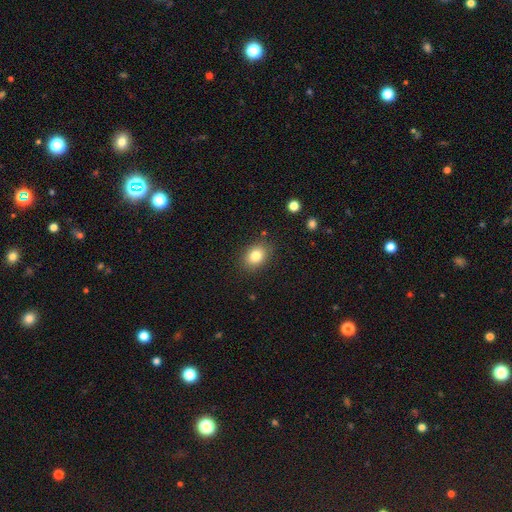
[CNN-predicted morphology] smooth-or-featured: smooth: 82% | star or artifact: 10% | featured or disk: 8%
  how-rounded: in between: 64% | round: 35% | cigar-shaped: 1%
  merging: none: 85% | minor disturbance: 10% | major disturbance: 3% | merger: 2%